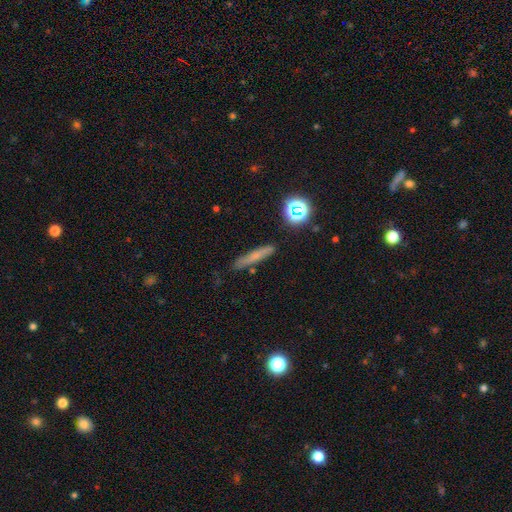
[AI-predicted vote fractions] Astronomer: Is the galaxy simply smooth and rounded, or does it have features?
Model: smooth — 63%.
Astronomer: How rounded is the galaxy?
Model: cigar-shaped — 87%.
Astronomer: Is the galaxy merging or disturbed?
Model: none — 84%.